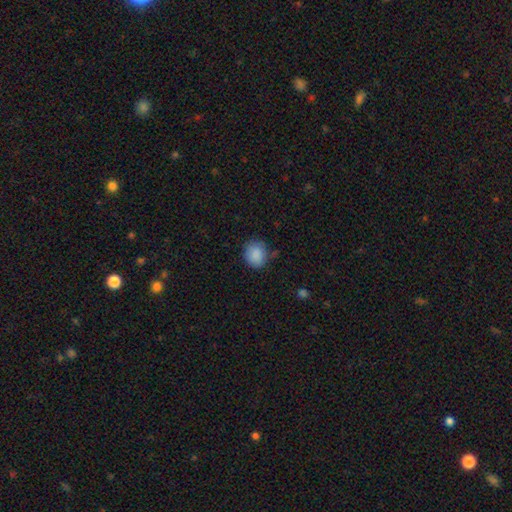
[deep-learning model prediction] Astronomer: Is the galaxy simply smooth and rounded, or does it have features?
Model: smooth — 88%.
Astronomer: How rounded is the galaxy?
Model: round — 74%.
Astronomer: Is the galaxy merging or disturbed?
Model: none — 76%.